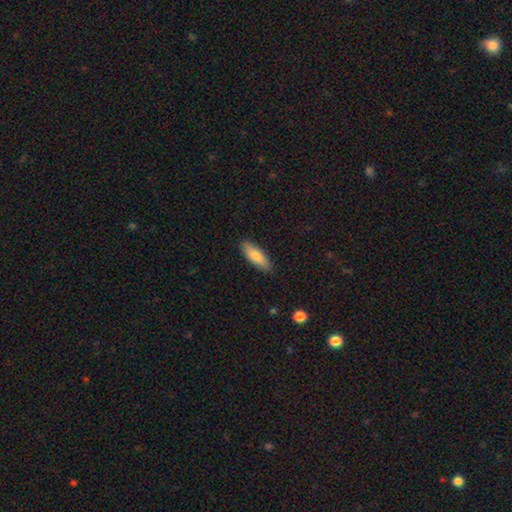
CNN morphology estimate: Smooth or featured? Predicted: smooth (p=0.79). How rounded? Predicted: in between (p=0.60). Merging? Predicted: none (p=0.87).